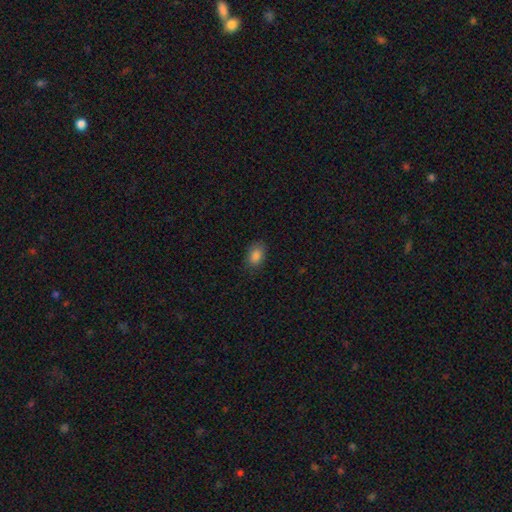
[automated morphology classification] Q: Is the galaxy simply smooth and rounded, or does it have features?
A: smooth — 85%.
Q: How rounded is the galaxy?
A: in between — 80%.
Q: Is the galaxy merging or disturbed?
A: none — 81%.